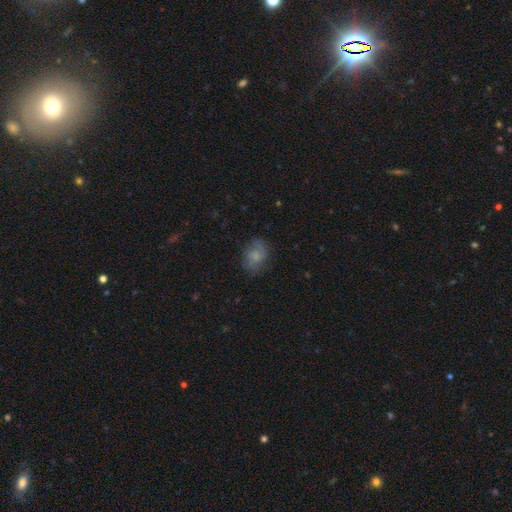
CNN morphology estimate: smooth 66%, featured or disk 25%, star or artifact 9%. Down the decision tree: how rounded — in between (57%); merging — none (71%).